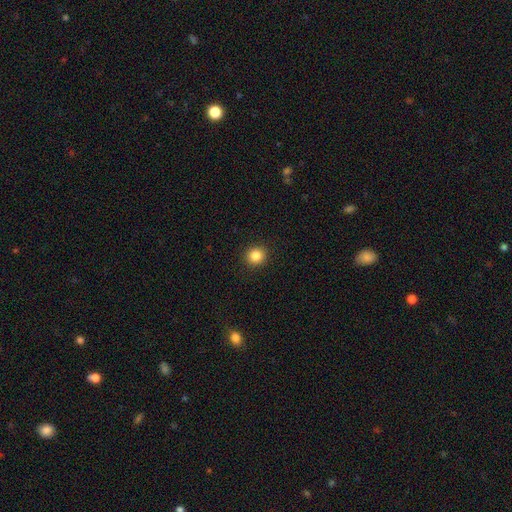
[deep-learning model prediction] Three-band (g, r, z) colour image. It shows a smooth galaxy with no disk features (85%) that is round (90%). Merging: none (92%).